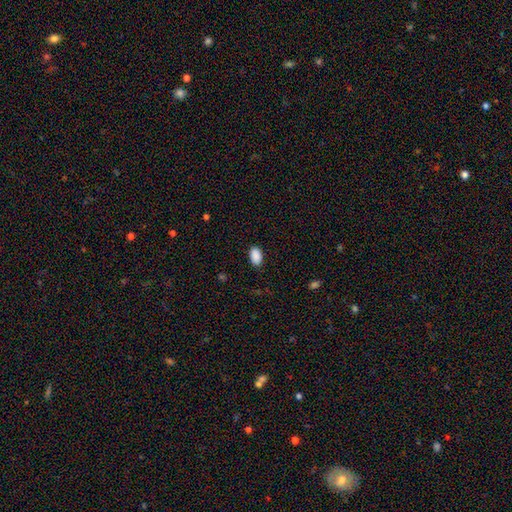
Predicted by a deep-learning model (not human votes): smooth 90%, star or artifact 7%, featured or disk 3%. Down the decision tree: how rounded — in between (93%); merging — none (87%).